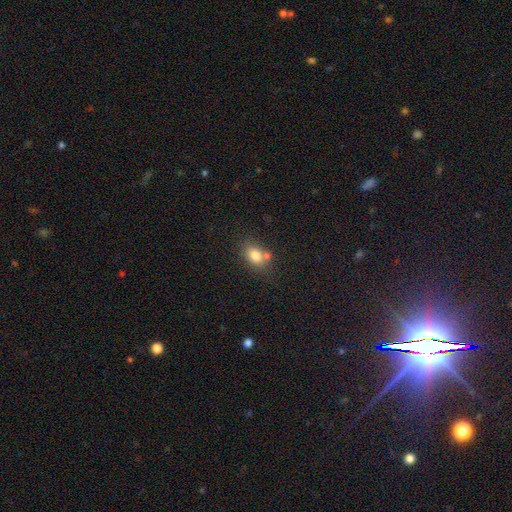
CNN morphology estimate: type=smooth (78%); roundness=in between (66%); merging=none (59%).